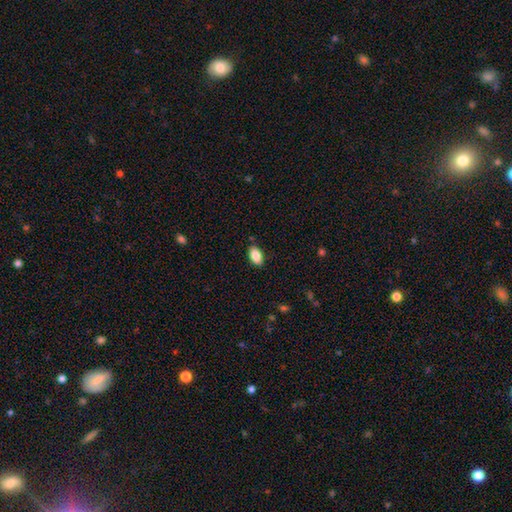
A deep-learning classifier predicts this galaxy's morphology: This appears to be a smooth galaxy with no disk features (86%) that is in between round and cigar-shaped (93%). Merging: none (86%).